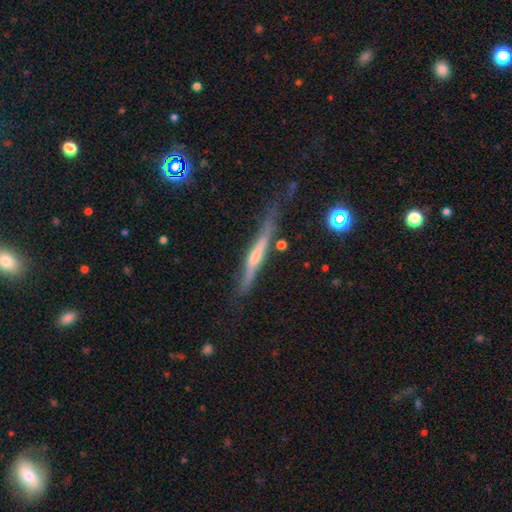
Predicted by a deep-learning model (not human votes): This is likely a featured or disk galaxy (64%). It is clearly viewed edge-on (93%). Edge-on bulge: possibly rounded (49%). Merging: likely none (61%).